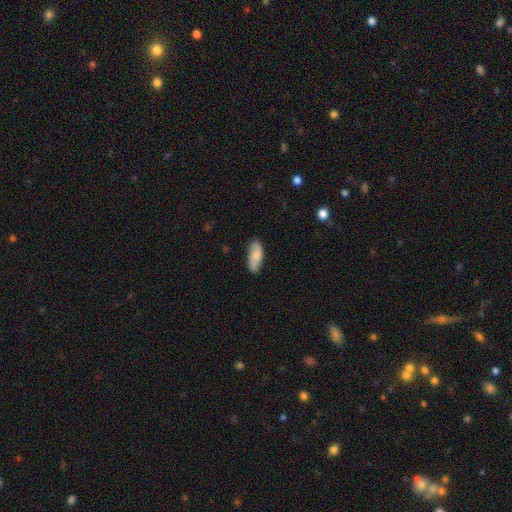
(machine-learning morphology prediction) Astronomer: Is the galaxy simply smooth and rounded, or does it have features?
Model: smooth — 81%.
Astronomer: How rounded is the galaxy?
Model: in between — 80%.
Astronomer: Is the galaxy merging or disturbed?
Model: none — 82%.